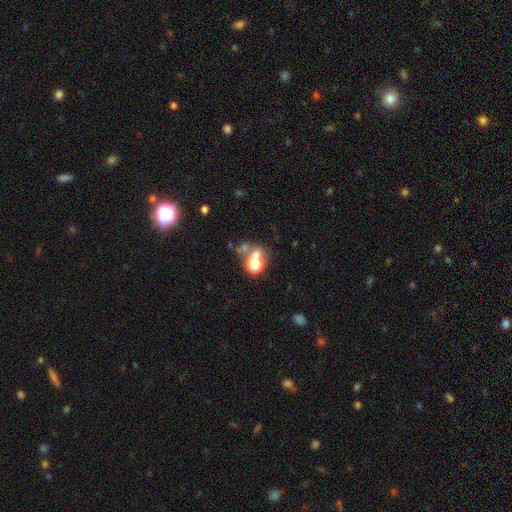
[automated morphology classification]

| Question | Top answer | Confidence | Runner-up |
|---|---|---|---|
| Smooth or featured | smooth | 50% | star or artifact (31%) |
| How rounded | round | 68% | in between (31%) |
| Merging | none | 42% | merger (40%) |